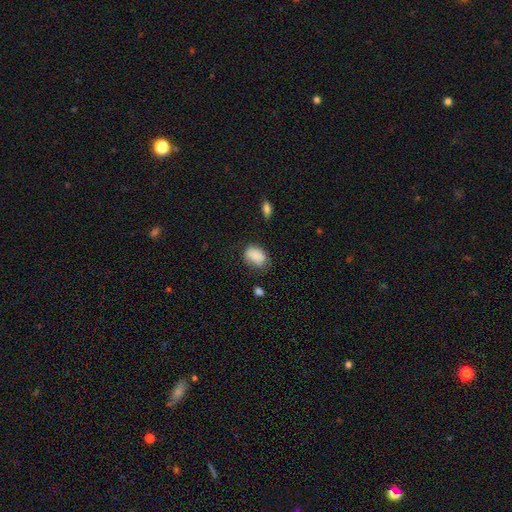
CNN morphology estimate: smooth_or_featured: smooth (p=0.86) [alt: star or artifact p=0.08]
how_rounded: in between (p=0.80) [alt: round p=0.19]
merging: none (p=0.61) [alt: minor disturbance p=0.27]